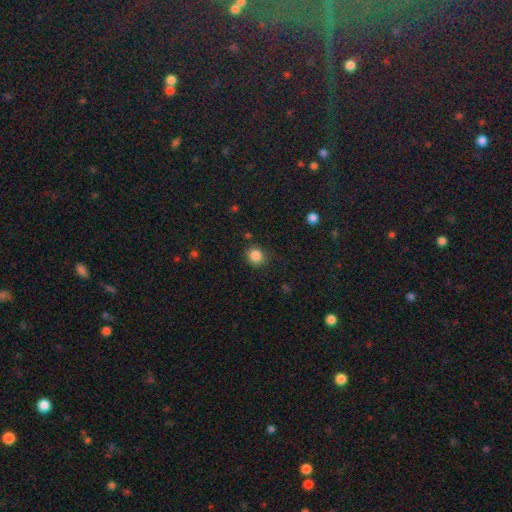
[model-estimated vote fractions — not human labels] Overall: smooth (85%). How rounded: round (87%). Merging: none (85%).